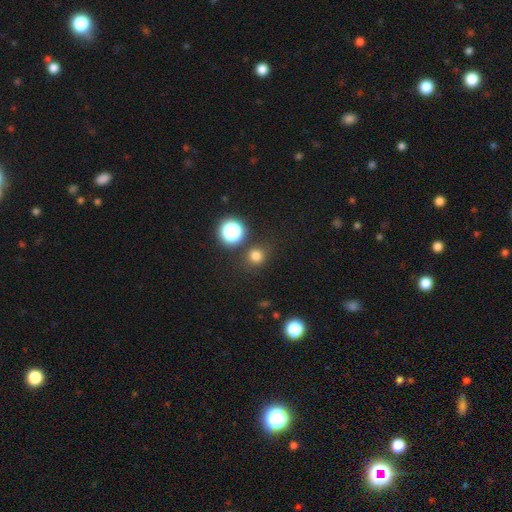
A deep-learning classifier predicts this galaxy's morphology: This is likely a smooth galaxy (75%). How rounded: clearly round (90%). Merging: clearly none (84%).